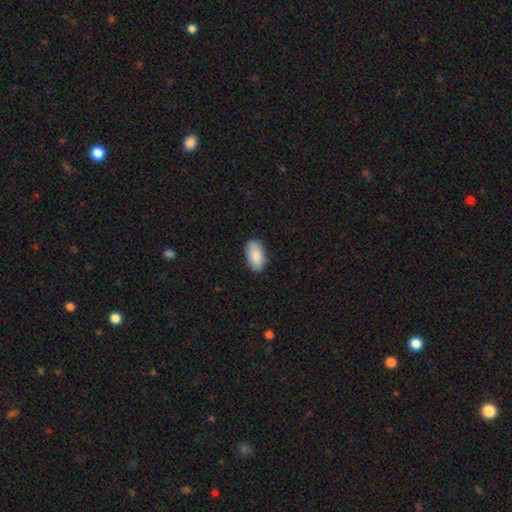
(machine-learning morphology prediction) smooth 87%, featured or disk 8%, star or artifact 6%. Down the decision tree: how rounded — in between (95%); merging — none (83%).